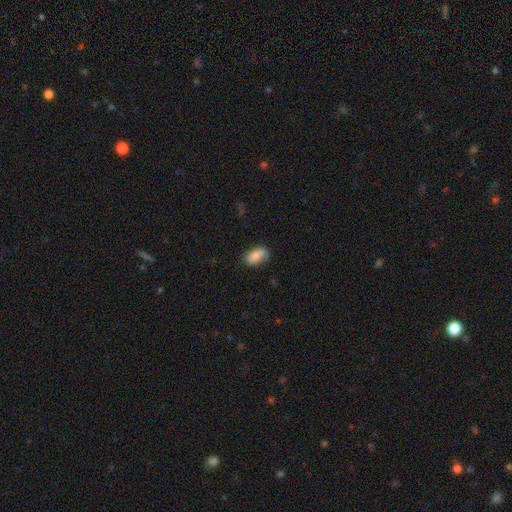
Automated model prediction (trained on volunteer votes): Smooth or featured?
  - smooth: 73% *
  - featured or disk: 20%
  - star or artifact: 8%
How rounded?
  - in between: 92% *
  - round: 6%
  - cigar-shaped: 3%
Merging?
  - none: 67% *
  - minor disturbance: 25%
  - major disturbance: 7%
  - merger: 2%